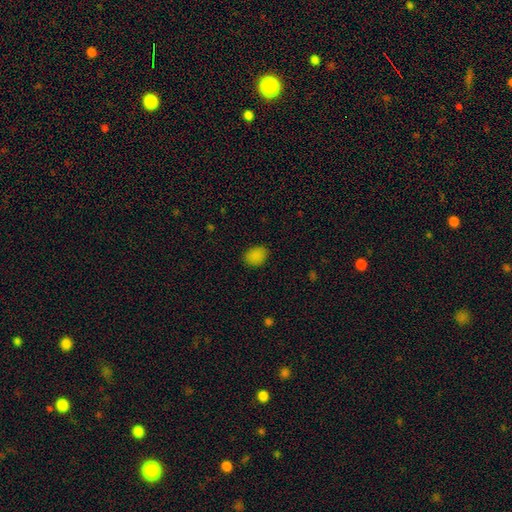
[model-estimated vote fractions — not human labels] Smooth or featured: smooth — 84% (star or artifact — 13%)
How rounded: in between — 64% (round — 35%)
Merging: none — 84% (minor disturbance — 12%)